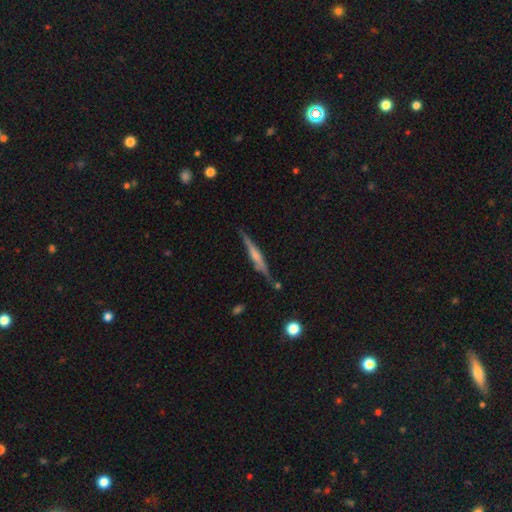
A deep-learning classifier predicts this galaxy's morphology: Q: Smooth or featured?
A: featured or disk (63%); runner-up: smooth (31%)
Q: Edge-on disk?
A: yes (97%); runner-up: no (3%)
Q: Edge-on bulge?
A: rounded (48%); runner-up: none (28%)
Q: Merging?
A: none (79%); runner-up: minor disturbance (15%)